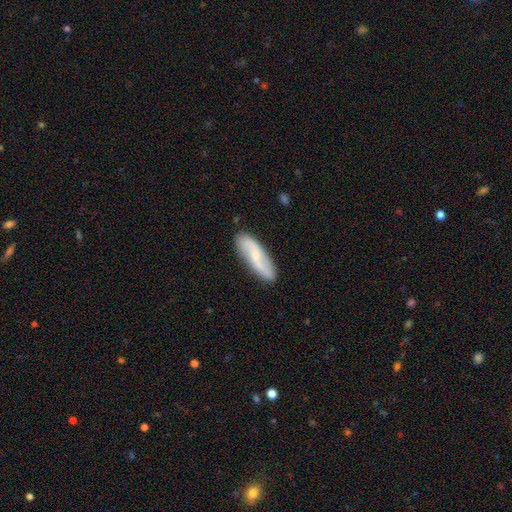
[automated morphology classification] Smooth or featured?
  - featured or disk: 53% *
  - smooth: 41%
  - star or artifact: 6%
Edge-on disk?
  - no: 84% *
  - yes: 16%
Merging?
  - none: 85% *
  - minor disturbance: 11%
  - major disturbance: 2%
  - merger: 1%